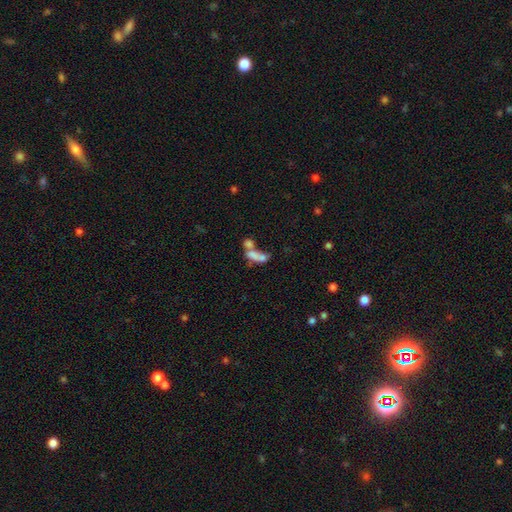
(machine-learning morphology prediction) Smooth or featured? Predicted: smooth (p=0.60). How rounded? Predicted: in between (p=0.72). Merging? Predicted: merger (p=0.64).